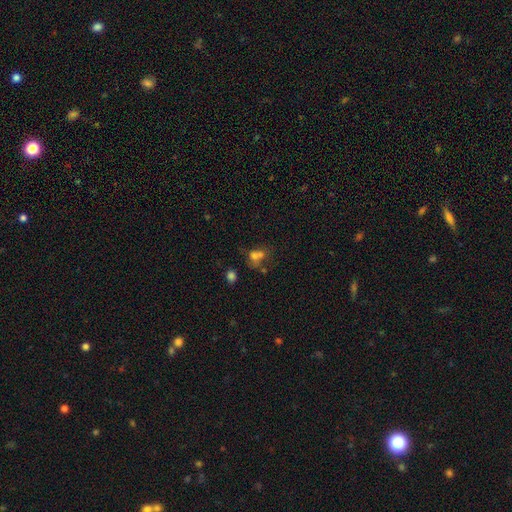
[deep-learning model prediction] Q: Smooth or featured?
A: smooth (63%); runner-up: featured or disk (19%)
Q: How rounded?
A: round (52%); runner-up: in between (46%)
Q: Merging?
A: merger (51%); runner-up: none (28%)